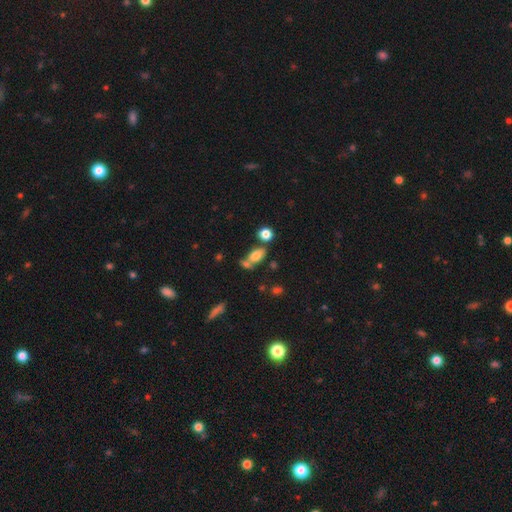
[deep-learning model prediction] smooth_or_featured: smooth (p=0.75) [alt: featured or disk p=0.14]
how_rounded: in between (p=0.82) [alt: round p=0.12]
merging: none (p=0.50) [alt: merger p=0.28]